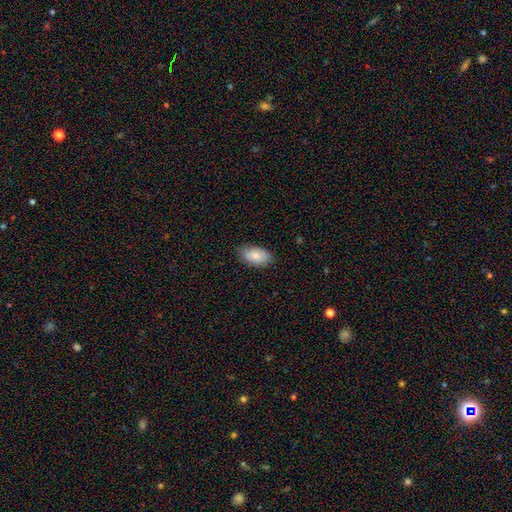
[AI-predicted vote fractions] Smooth or featured: smooth — 84% (featured or disk — 10%)
How rounded: in between — 94% (round — 3%)
Merging: none — 83% (minor disturbance — 14%)